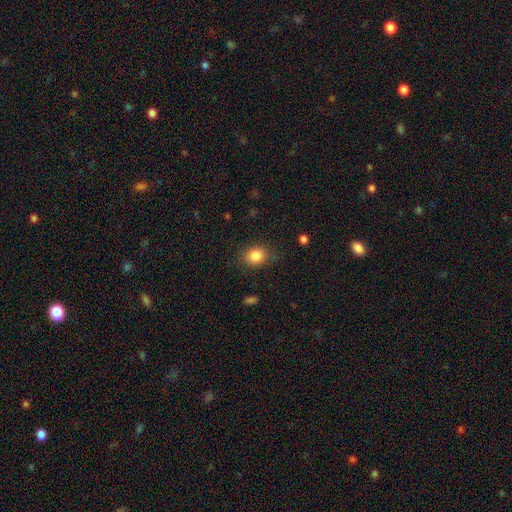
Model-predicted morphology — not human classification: Smooth or featured: smooth — 84% (star or artifact — 10%)
How rounded: round — 60% (in between — 39%)
Merging: none — 82% (minor disturbance — 13%)